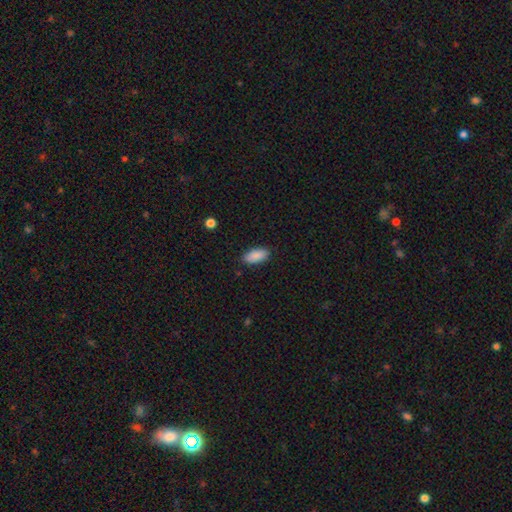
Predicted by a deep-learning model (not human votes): smooth-or-featured: smooth: 88% | star or artifact: 7% | featured or disk: 5%
  how-rounded: in between: 91% | cigar-shaped: 7% | round: 2%
  merging: none: 88% | minor disturbance: 9% | major disturbance: 2% | merger: 1%